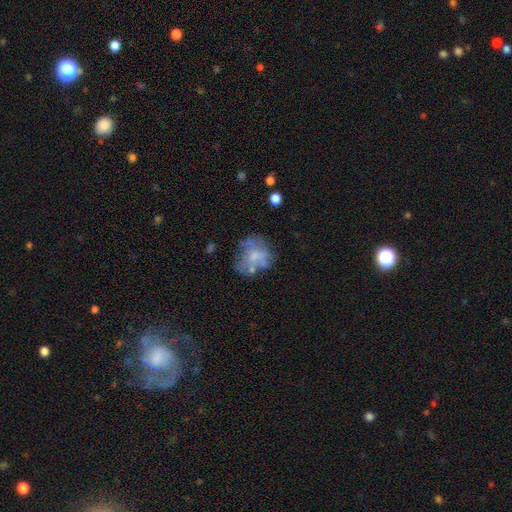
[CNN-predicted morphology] Smooth or featured? featured or disk (45%)
Merging? none (46%)